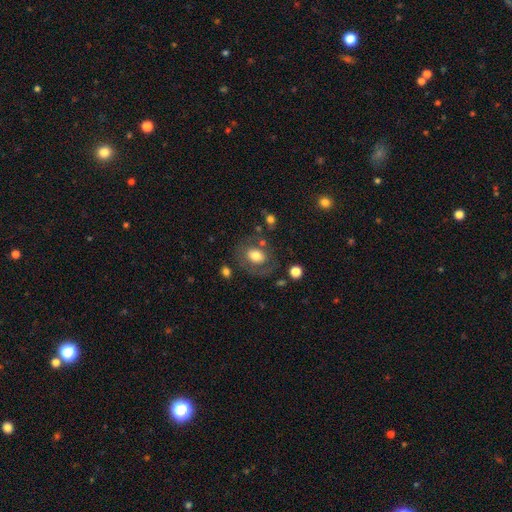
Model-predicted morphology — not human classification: Smooth or featured? smooth (64%)
How rounded? in between (51%)
Merging? none (68%)